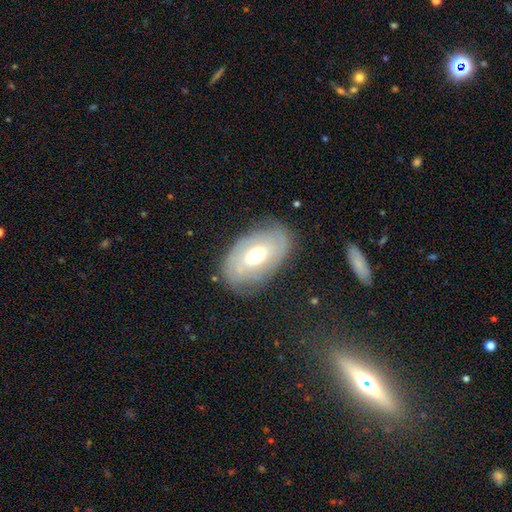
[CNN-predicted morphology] The model was most divided on "bar": no: 53%, weak: 36%, strong: 12%. More confident: edge-on disk — no (92%); merging — none (75%); bulge size — moderate (69%); spiral arms — yes (62%); smooth or featured — featured or disk (58%).